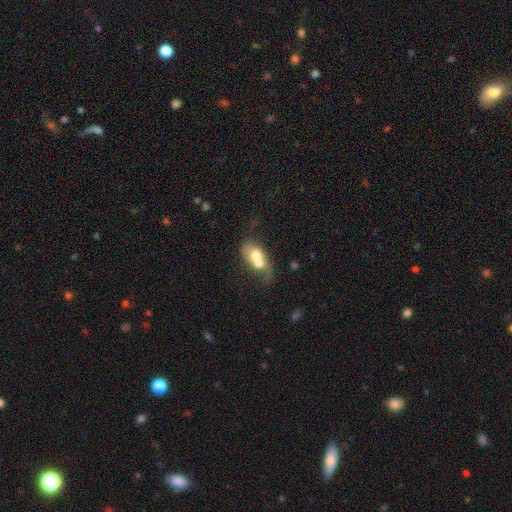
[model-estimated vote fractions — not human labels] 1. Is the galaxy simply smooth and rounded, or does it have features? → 59% smooth, 33% featured or disk, 8% star or artifact.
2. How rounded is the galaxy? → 64% in between, 32% round, 4% cigar-shaped.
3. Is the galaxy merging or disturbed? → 72% merger, 14% none, 7% minor disturbance, 7% major disturbance.